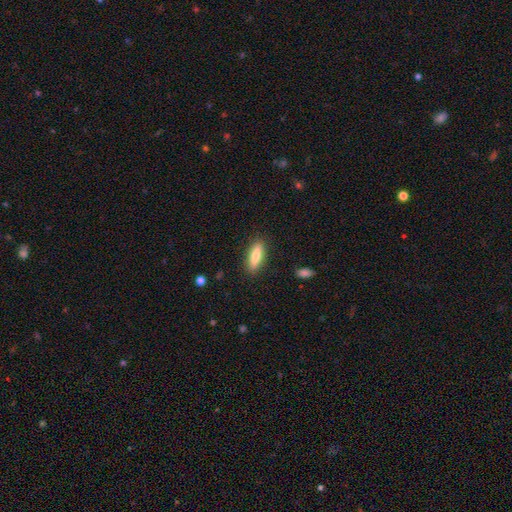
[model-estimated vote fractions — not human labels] Smooth or featured? smooth (74%)
How rounded? cigar-shaped (54%)
Merging? none (88%)